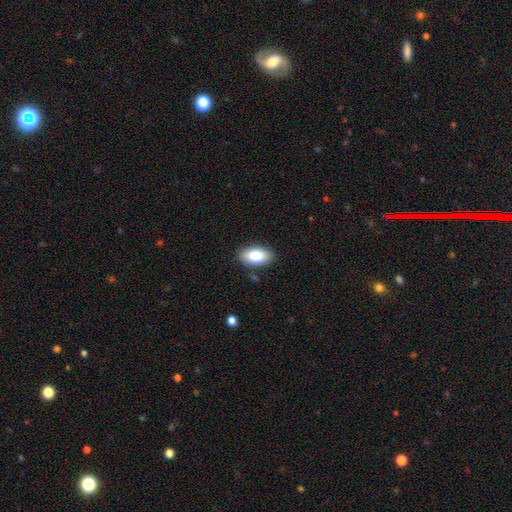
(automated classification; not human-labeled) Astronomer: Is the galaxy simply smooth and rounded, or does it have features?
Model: smooth — 84%.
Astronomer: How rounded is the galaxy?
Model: in between — 93%.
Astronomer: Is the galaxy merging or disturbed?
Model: none — 86%.